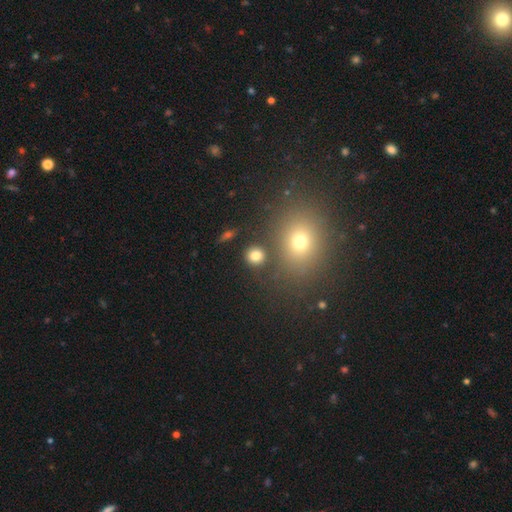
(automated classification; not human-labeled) The model was most divided on "smooth or featured": smooth: 79%, star or artifact: 13%, featured or disk: 7%. More confident: how rounded — round (87%); merging — none (83%).